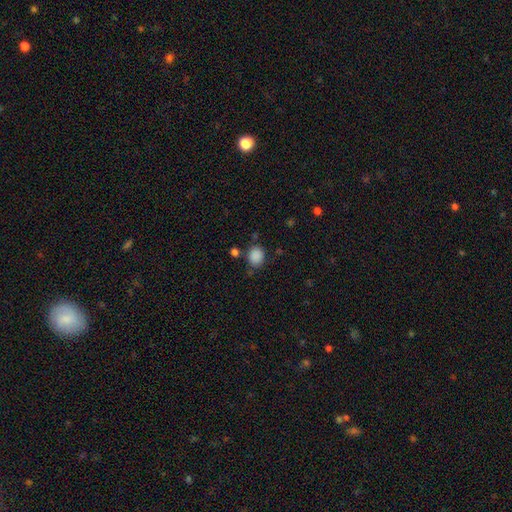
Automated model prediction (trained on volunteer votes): This appears to be a smooth galaxy with no disk features (87%) that is round (70%). Merging: none (78%).